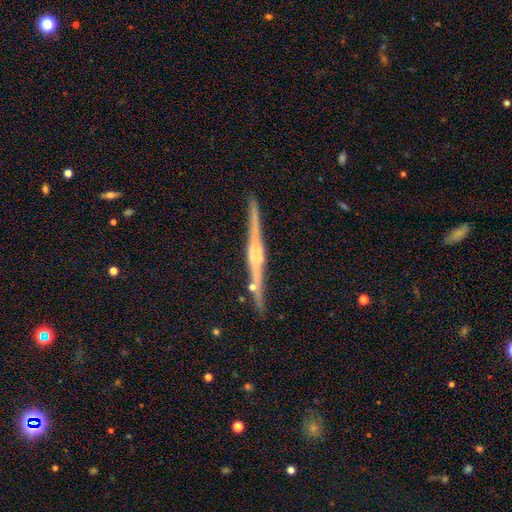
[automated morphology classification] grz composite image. It shows a featured or disk galaxy (81%) viewed edge-on (98%) with a rounded central bulge (52%). Merging: none (87%).